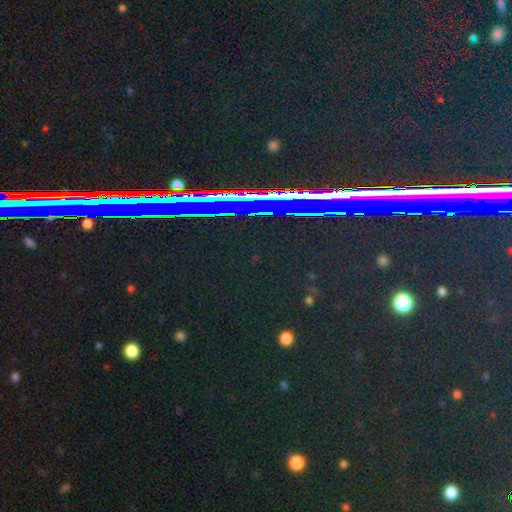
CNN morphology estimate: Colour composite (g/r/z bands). It shows a star or artifact, not a galaxy (84%).